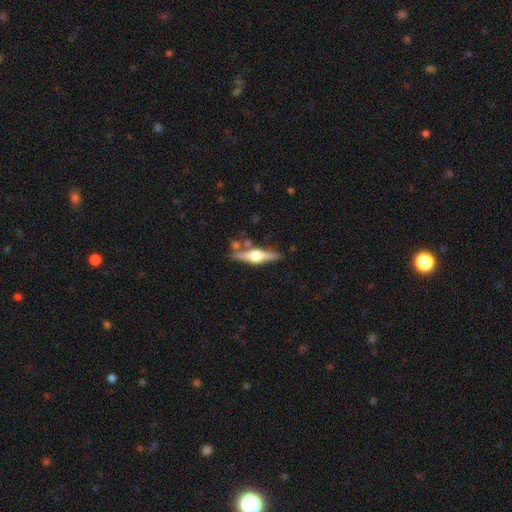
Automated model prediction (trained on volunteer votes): Smooth or featured? featured or disk (76%)
Edge-on disk? yes (97%)
Edge-on bulge? rounded (94%)
Merging? none (79%)